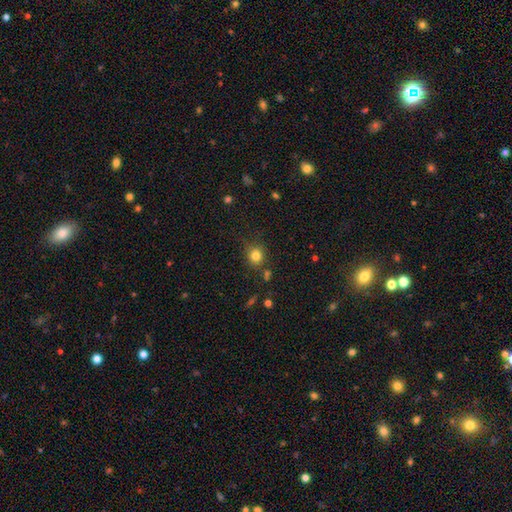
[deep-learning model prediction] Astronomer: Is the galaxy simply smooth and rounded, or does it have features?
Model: smooth — 82%.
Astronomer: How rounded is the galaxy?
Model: round — 82%.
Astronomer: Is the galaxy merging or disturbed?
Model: none — 78%.